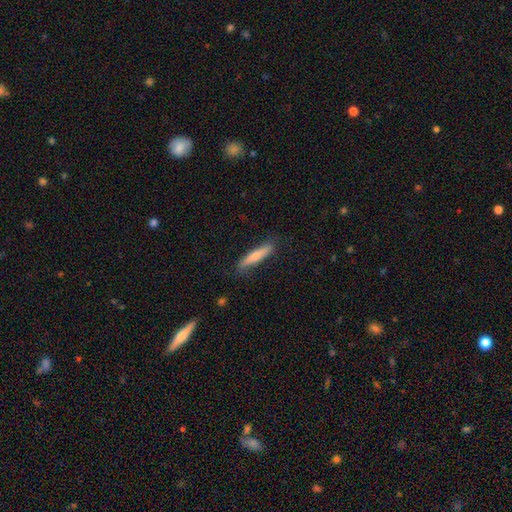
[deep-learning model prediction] Smooth or featured?
  - smooth: 73% *
  - featured or disk: 21%
  - star or artifact: 6%
How rounded?
  - cigar-shaped: 89% *
  - in between: 10%
  - round: 1%
Merging?
  - none: 81% *
  - minor disturbance: 15%
  - major disturbance: 3%
  - merger: 1%